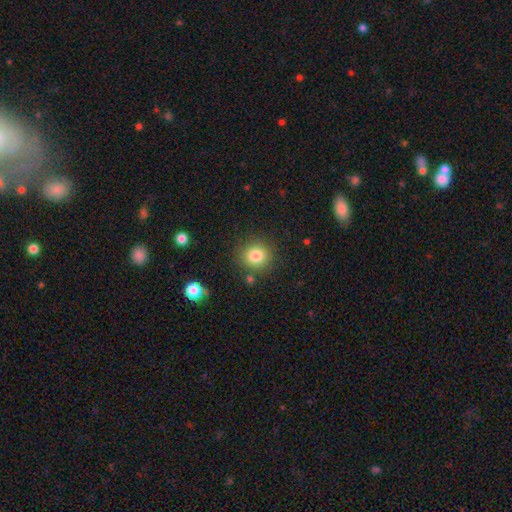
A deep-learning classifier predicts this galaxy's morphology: Smooth or featured? Predicted: smooth (p=0.82). How rounded? Predicted: round (p=0.89). Merging? Predicted: none (p=0.84).